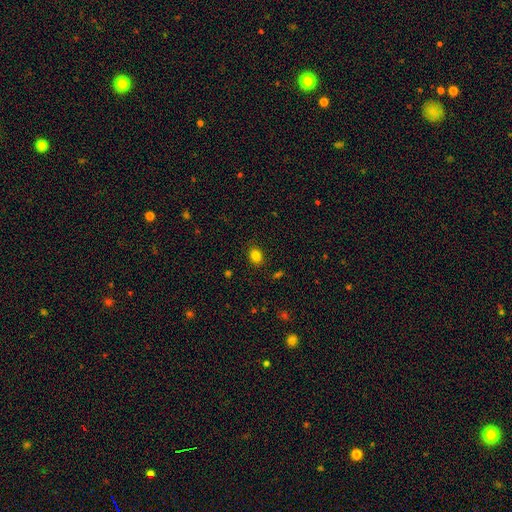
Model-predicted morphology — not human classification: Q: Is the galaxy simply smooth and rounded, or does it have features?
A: smooth — 83%.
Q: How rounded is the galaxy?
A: in between — 51%.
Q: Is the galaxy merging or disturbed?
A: none — 88%.